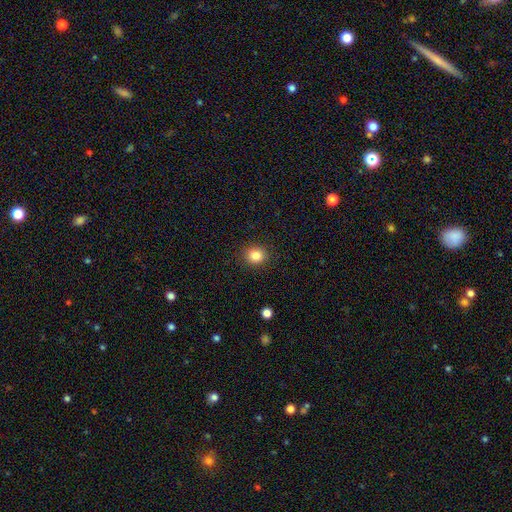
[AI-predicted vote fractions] A smooth galaxy with no disk features (84%) that is round (78%). Merging: none (90%).